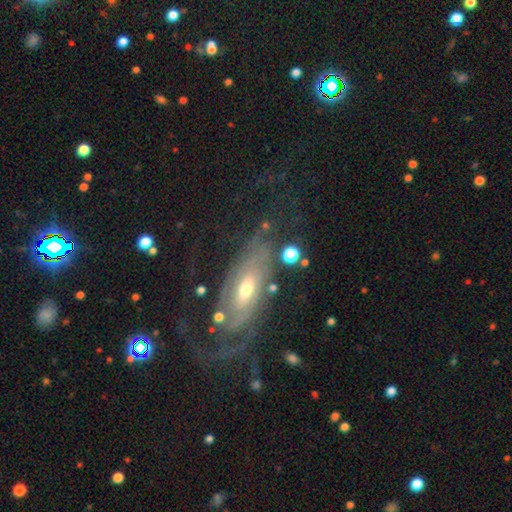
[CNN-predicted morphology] Overall: featured or disk (77%). Edge-on disk: no (84%). Bar: no (63%; weak 25%). Spiral arms: yes (85%). Spiral arm count: can't tell (41%; 2 33%). Spiral winding: tight (51%; medium 33%). Bulge size: moderate (55%; small 37%). Merging: none (60%).